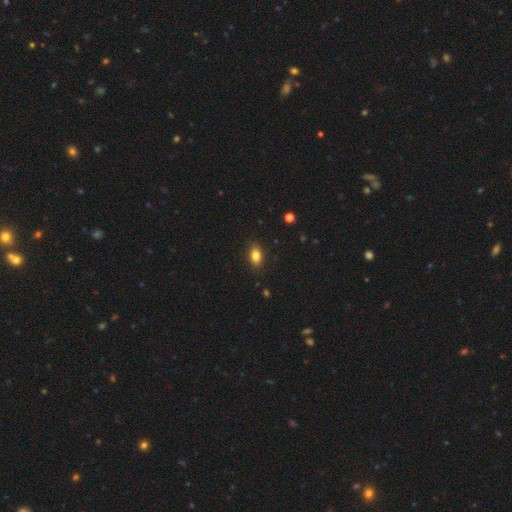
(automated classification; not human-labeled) This is clearly a smooth galaxy (83%). How rounded: clearly in between (84%). Merging: clearly none (88%).